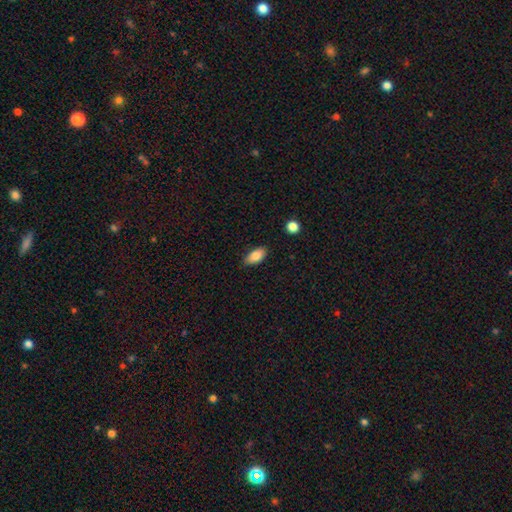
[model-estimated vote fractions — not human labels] A smooth galaxy with no disk features (85%) that is in between round and cigar-shaped (91%).

Vote fractions:
- Smooth or featured? smooth: 85% / featured or disk: 8% / star or artifact: 7%
- How rounded? in between: 91% / cigar-shaped: 6% / round: 4%
- Merging? none: 84% / minor disturbance: 13% / major disturbance: 2% / merger: 2%